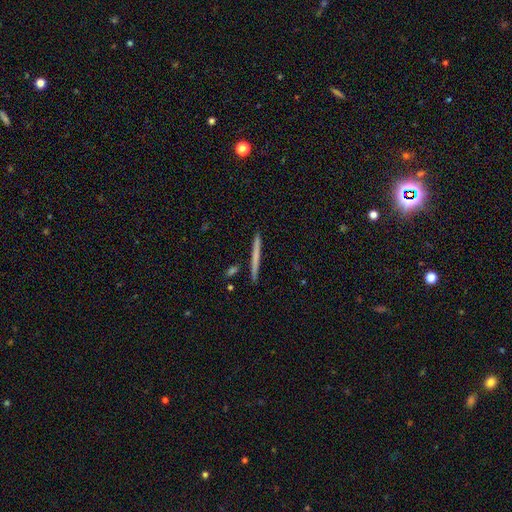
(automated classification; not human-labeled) smooth-or-featured: smooth: 57% | featured or disk: 38% | star or artifact: 6%
  how-rounded: cigar-shaped: 97% | in between: 2% | round: 1%
  merging: none: 91% | minor disturbance: 6% | merger: 2% | major disturbance: 1%